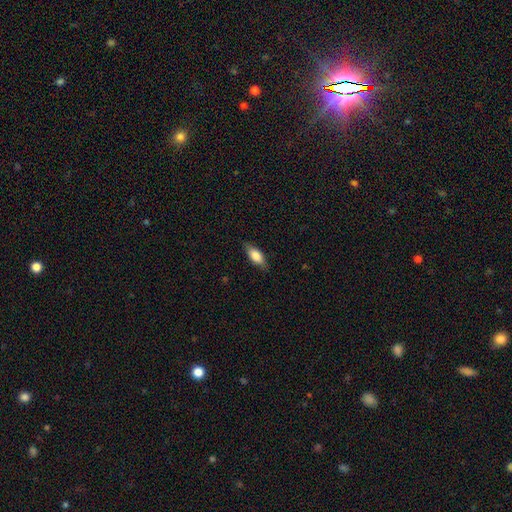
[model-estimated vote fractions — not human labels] Overall: smooth (77%). How rounded: in between (76%). Merging: none (83%).